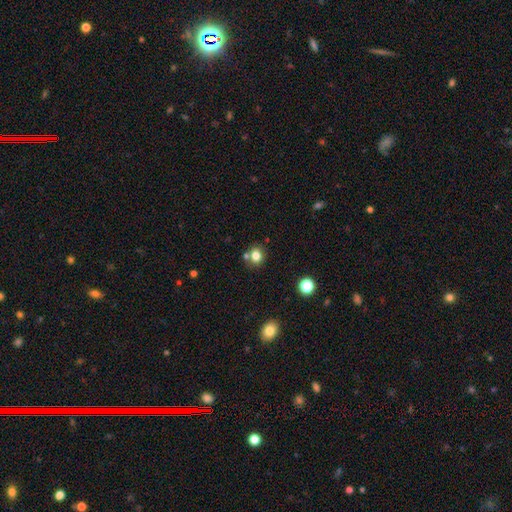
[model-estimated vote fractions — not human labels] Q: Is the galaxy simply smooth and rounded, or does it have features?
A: smooth — 80%.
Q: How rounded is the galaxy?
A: round — 71%.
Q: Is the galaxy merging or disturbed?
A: none — 69%.